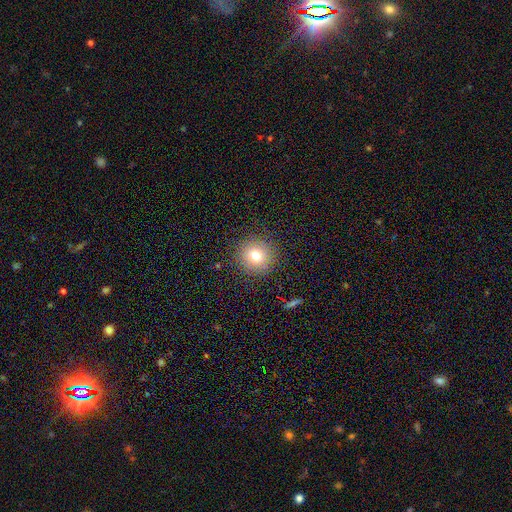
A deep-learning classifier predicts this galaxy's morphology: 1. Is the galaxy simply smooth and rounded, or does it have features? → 75% smooth, 14% star or artifact, 11% featured or disk.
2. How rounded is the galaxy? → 93% round, 6% in between, 1% cigar-shaped.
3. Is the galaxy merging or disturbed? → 89% none, 7% minor disturbance, 3% major disturbance, 1% merger.